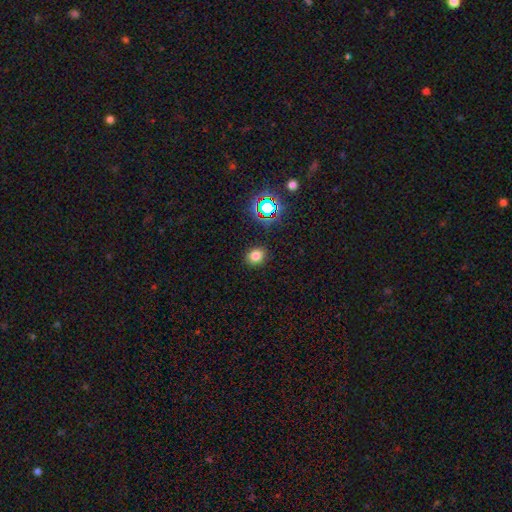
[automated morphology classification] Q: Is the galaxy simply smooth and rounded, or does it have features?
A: smooth — 74%.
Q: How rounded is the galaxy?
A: round — 66%.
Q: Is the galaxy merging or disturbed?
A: none — 88%.